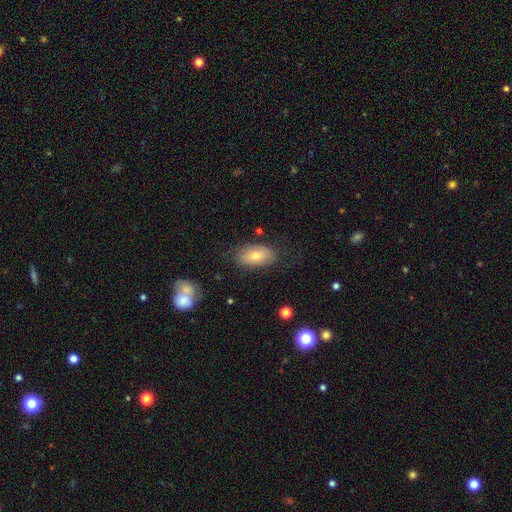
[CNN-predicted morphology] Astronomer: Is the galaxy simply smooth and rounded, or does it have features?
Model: smooth — 69%.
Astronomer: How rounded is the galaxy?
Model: in between — 91%.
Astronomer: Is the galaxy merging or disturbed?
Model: none — 75%.